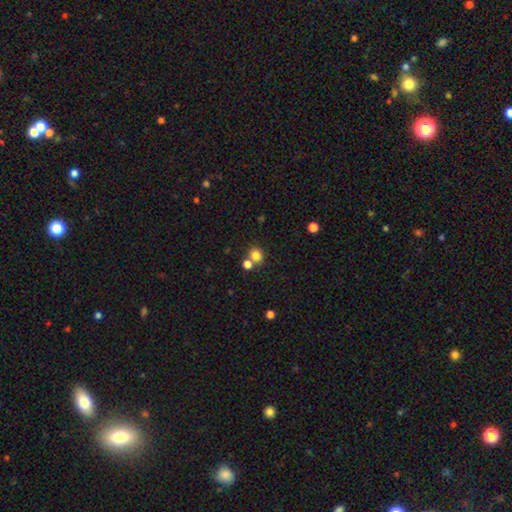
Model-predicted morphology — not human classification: Smooth or featured: smooth — 80% (star or artifact — 13%)
How rounded: round — 77% (in between — 22%)
Merging: none — 60% (merger — 29%)